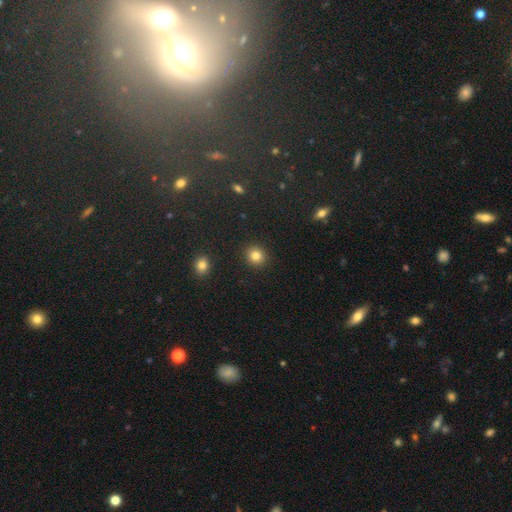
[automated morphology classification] A smooth galaxy with no disk features (83%) that is round (86%). Merging: none (91%).